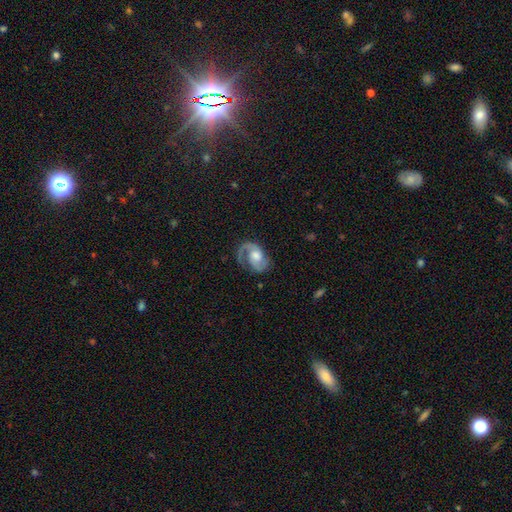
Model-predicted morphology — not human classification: Q: Smooth or featured?
A: featured or disk (84%); runner-up: smooth (11%)
Q: Edge-on disk?
A: no (98%); runner-up: yes (2%)
Q: Bar?
A: no (60%); runner-up: weak (33%)
Q: Spiral arms?
A: yes (95%); runner-up: no (5%)
Q: Spiral winding?
A: medium (50%); runner-up: loose (25%)
Q: Spiral arm count?
A: 2 (72%); runner-up: 1 (20%)
Q: Bulge size?
A: moderate (49%); runner-up: large (30%)
Q: Merging?
A: none (64%); runner-up: minor disturbance (19%)